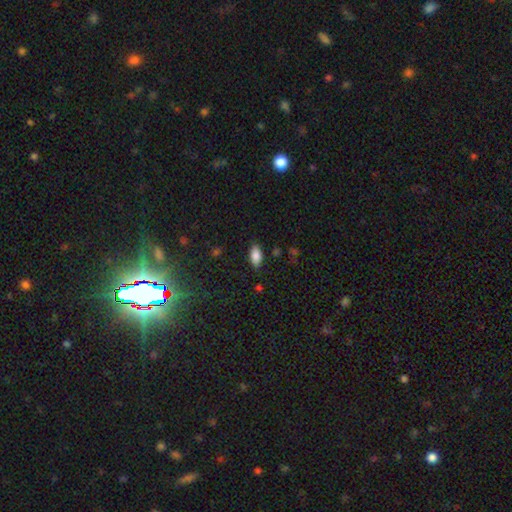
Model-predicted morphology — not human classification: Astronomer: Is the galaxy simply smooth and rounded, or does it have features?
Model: smooth — 85%.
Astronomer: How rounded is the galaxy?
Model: in between — 90%.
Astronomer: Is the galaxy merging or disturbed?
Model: none — 84%.